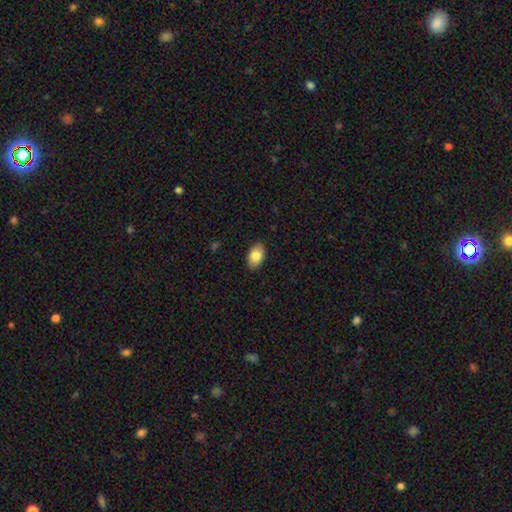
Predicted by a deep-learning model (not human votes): A smooth galaxy with no disk features (85%) that is in between round and cigar-shaped (90%). Merging: none (88%).